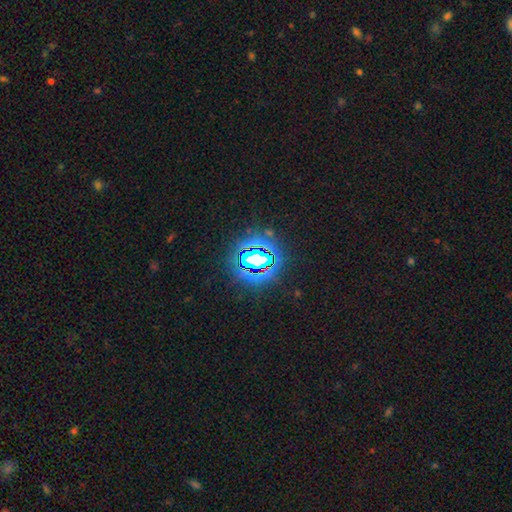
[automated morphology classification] smooth_or_featured: star or artifact (p=0.74) [alt: smooth p=0.15]